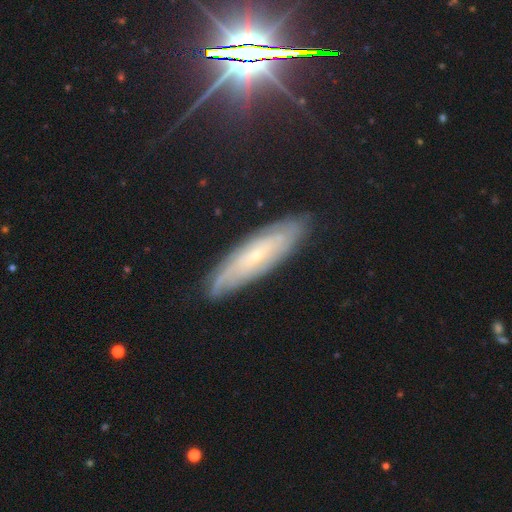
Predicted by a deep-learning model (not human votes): Morphology: type=featured or disk (70%); edge-on=no (70%); merging=none (83%).